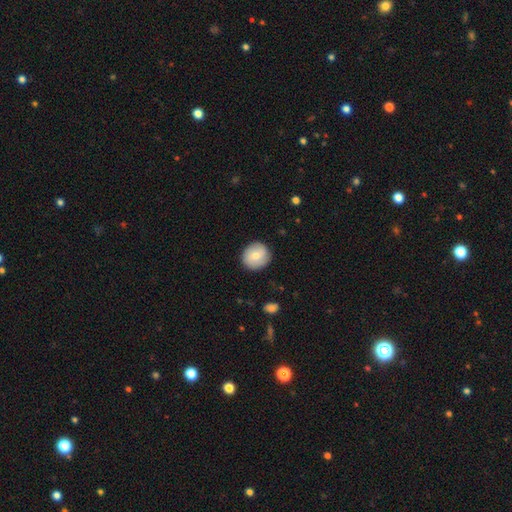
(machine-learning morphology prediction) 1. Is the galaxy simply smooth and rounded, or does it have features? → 66% smooth, 28% featured or disk, 7% star or artifact.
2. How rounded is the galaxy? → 89% round, 10% in between, 1% cigar-shaped.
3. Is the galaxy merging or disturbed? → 86% none, 10% minor disturbance, 2% major disturbance, 1% merger.